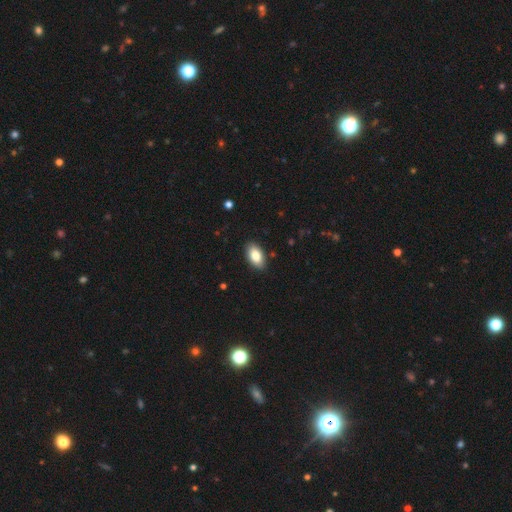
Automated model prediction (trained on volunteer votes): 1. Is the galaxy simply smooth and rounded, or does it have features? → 84% smooth, 10% featured or disk, 7% star or artifact.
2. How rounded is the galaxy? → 94% in between, 4% round, 2% cigar-shaped.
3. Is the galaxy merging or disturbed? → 87% none, 10% minor disturbance, 2% major disturbance, 1% merger.